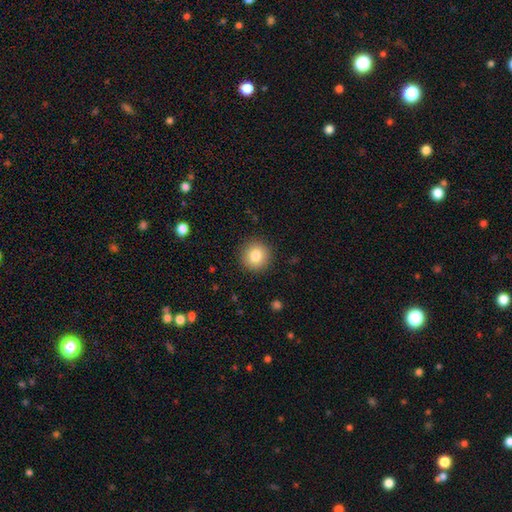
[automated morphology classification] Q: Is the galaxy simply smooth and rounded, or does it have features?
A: smooth — 83%.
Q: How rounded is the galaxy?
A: round — 93%.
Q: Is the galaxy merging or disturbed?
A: none — 91%.